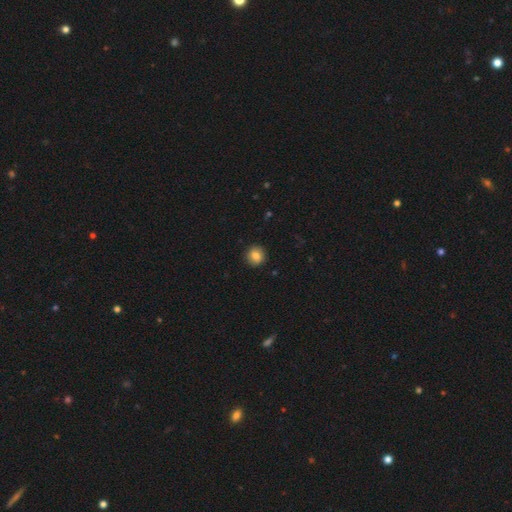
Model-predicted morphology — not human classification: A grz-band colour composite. It shows a smooth galaxy with no disk features (82%) that is round (88%). Merging: none (90%).